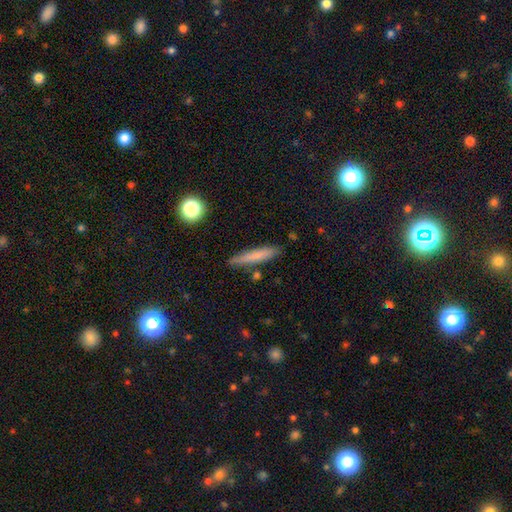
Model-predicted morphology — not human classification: Smooth or featured? Predicted: smooth (p=0.75). How rounded? Predicted: cigar-shaped (p=0.92). Merging? Predicted: none (p=0.85).